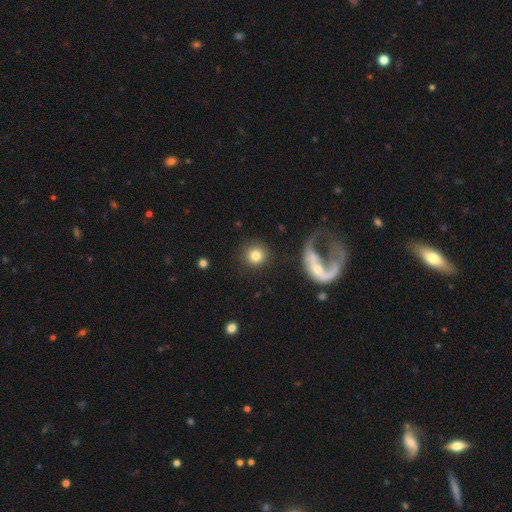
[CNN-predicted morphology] smooth_or_featured: smooth (p=0.81) [alt: featured or disk p=0.10]
how_rounded: round (p=0.92) [alt: in between p=0.06]
merging: none (p=0.83) [alt: minor disturbance p=0.07]